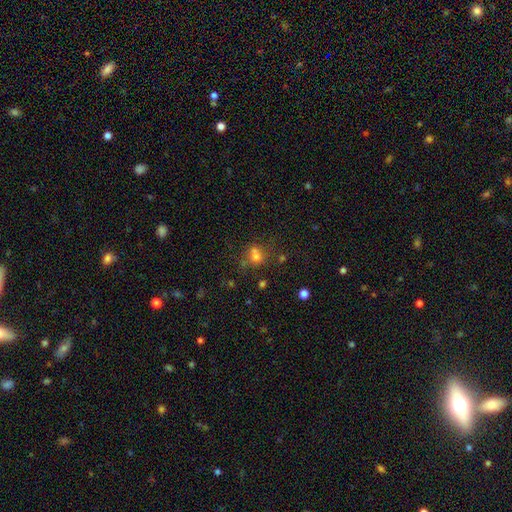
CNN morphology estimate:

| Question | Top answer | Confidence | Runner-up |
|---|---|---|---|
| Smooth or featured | smooth | 67% | star or artifact (19%) |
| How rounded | round | 77% | in between (22%) |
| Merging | none | 46% | merger (37%) |